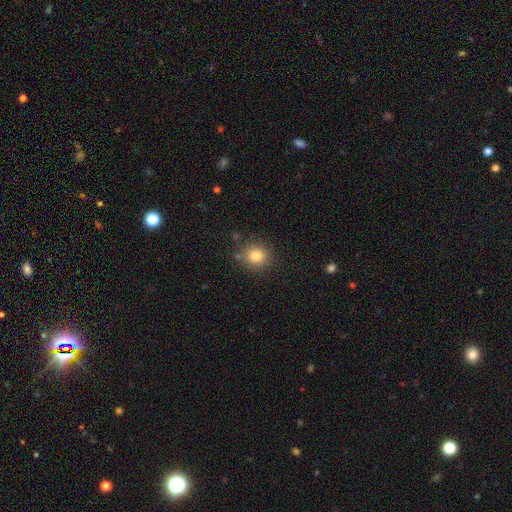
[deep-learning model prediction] Smooth or featured?
  - smooth: 82% *
  - star or artifact: 11%
  - featured or disk: 7%
How rounded?
  - round: 86% *
  - in between: 13%
  - cigar-shaped: 1%
Merging?
  - none: 82% *
  - minor disturbance: 11%
  - merger: 4%
  - major disturbance: 3%